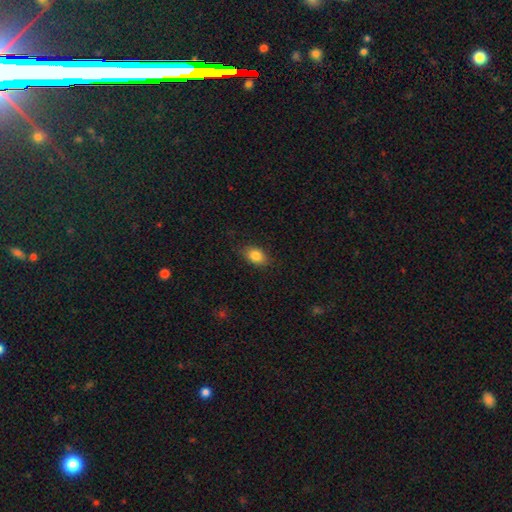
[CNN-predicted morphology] Smooth or featured: smooth — 83% (star or artifact — 8%)
How rounded: in between — 83% (round — 14%)
Merging: none — 84% (minor disturbance — 13%)